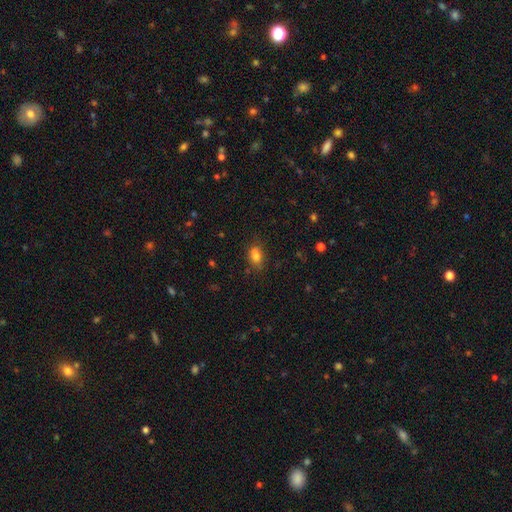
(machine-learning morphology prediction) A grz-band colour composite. It shows a smooth galaxy with no disk features (77%) that is in between round and cigar-shaped (75%). Merging: none (64%).